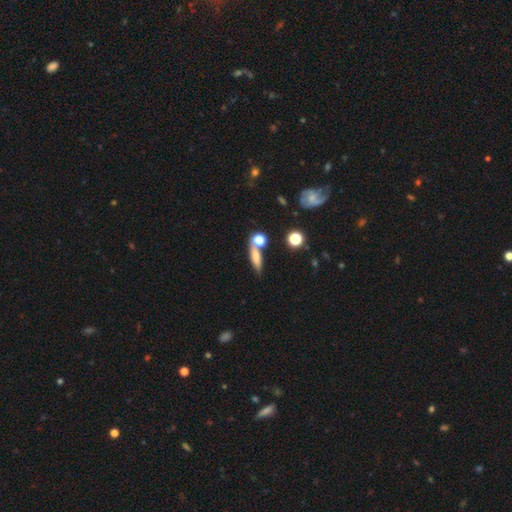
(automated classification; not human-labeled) Q: Smooth or featured?
A: smooth (70%); runner-up: featured or disk (18%)
Q: How rounded?
A: cigar-shaped (53%); runner-up: in between (34%)
Q: Merging?
A: none (57%); runner-up: merger (23%)